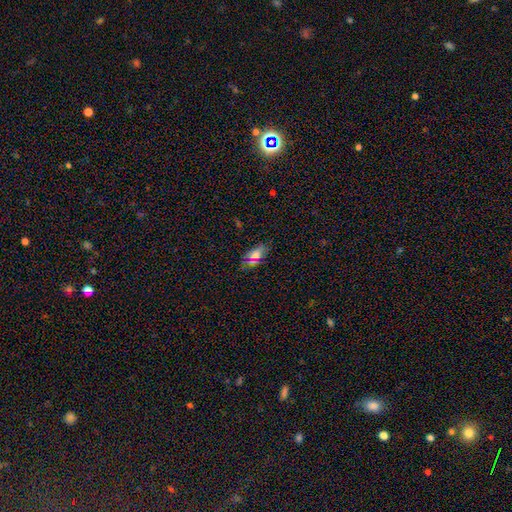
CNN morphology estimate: This appears to be a smooth galaxy with no disk features (68%) that is in between round and cigar-shaped (89%). Merging: none (82%).